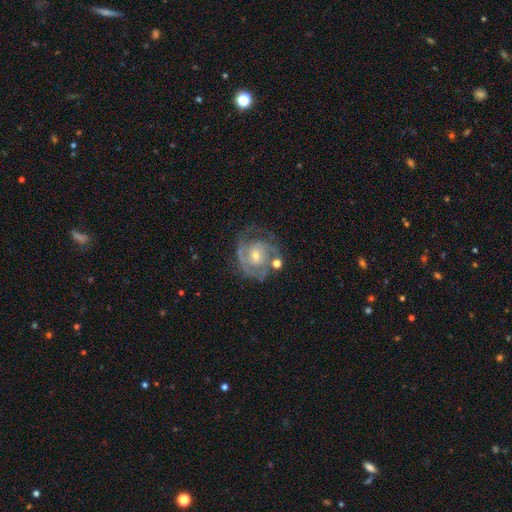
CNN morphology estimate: This appears to be a featured or disk galaxy (84%) with no bar (63%), 2 (43%) tight (58%) spiral arms (91%) and a small central bulge (54%). Merging: none (59%).